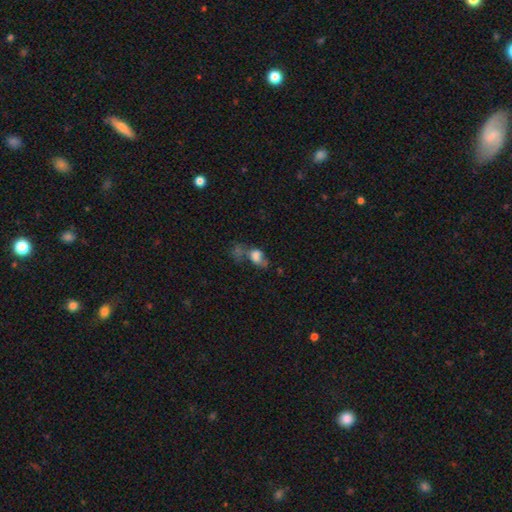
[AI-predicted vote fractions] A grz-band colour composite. It shows a smooth galaxy with no disk features (62%) that is in between round and cigar-shaped (71%). Merging: merger (39%).